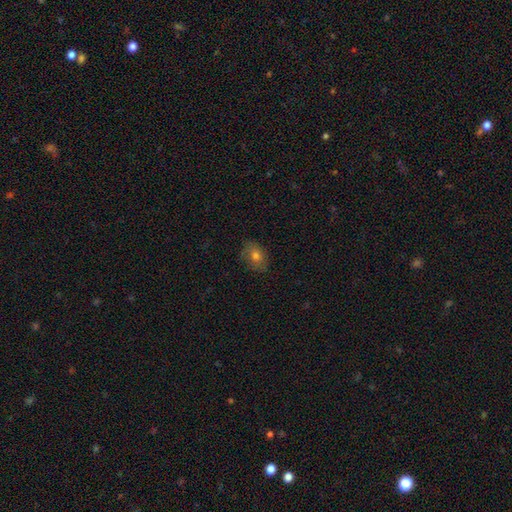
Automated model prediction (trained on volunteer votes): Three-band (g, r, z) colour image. It shows a smooth galaxy with no disk features (74%) that is in between round and cigar-shaped (72%). Merging: none (79%).